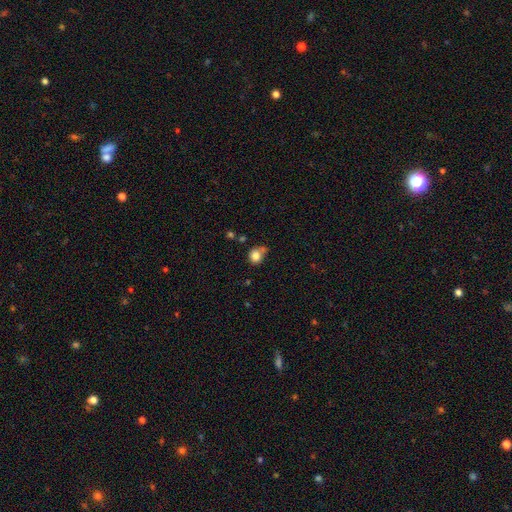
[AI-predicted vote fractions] smooth 82%, star or artifact 10%, featured or disk 7%. Down the decision tree: how rounded — round (79%); merging — none (56%).